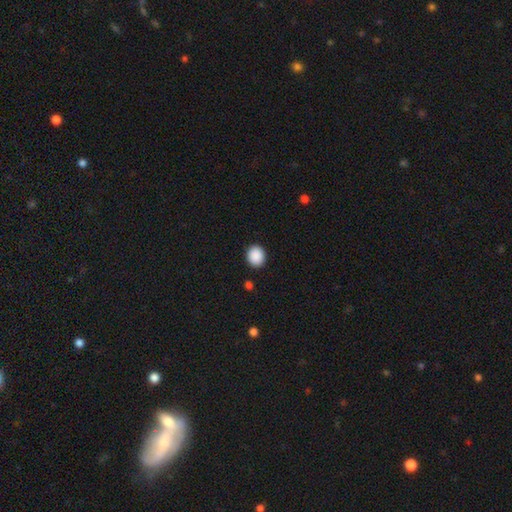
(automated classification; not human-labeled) smooth-or-featured: smooth: 90% | star or artifact: 8% | featured or disk: 2%
  how-rounded: round: 72% | in between: 27% | cigar-shaped: 1%
  merging: none: 91% | minor disturbance: 6% | major disturbance: 2% | merger: 1%